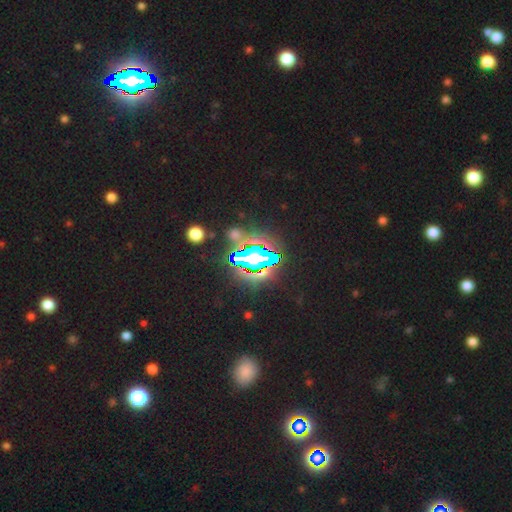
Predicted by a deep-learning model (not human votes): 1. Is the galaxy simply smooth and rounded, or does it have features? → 83% star or artifact, 10% smooth, 7% featured or disk.